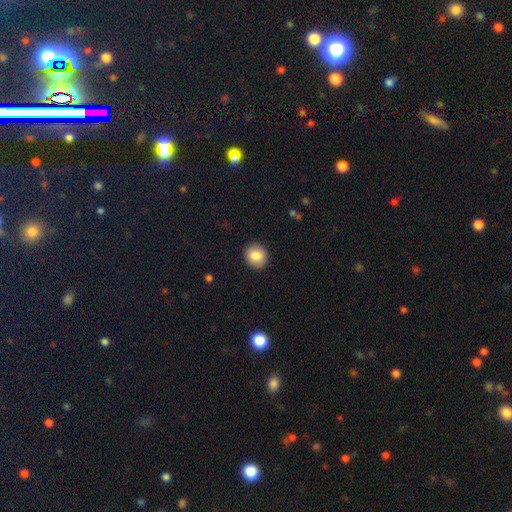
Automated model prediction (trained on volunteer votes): This appears to be a smooth galaxy with no disk features (85%) that is round (86%). Merging: none (91%).